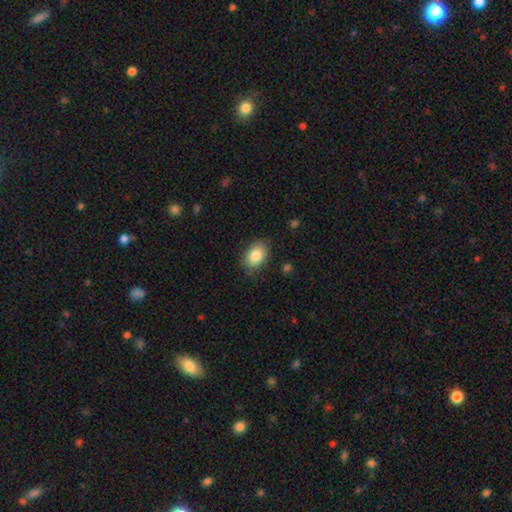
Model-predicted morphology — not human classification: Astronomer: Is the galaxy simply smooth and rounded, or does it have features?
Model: smooth — 85%.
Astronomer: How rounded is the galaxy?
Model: in between — 82%.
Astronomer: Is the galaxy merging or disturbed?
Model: none — 82%.